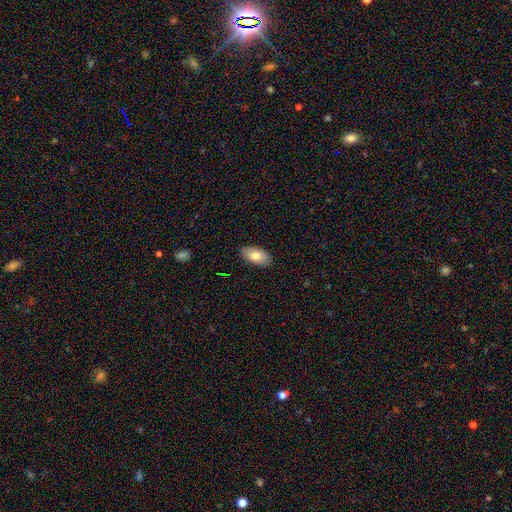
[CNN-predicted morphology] type=smooth (77%); roundness=in between (94%); merging=none (88%).